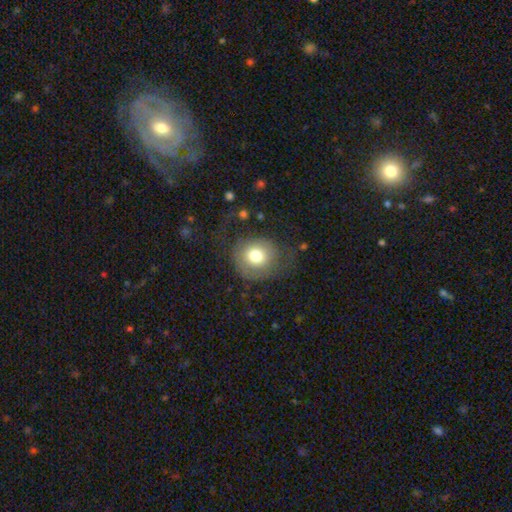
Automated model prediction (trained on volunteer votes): A smooth galaxy with no disk features (69%) that is round (83%).

Vote fractions:
- Smooth or featured? smooth: 69% / featured or disk: 22% / star or artifact: 9%
- How rounded? round: 83% / in between: 16% / cigar-shaped: 1%
- Merging? none: 53% / major disturbance: 27% / minor disturbance: 18% / merger: 2%